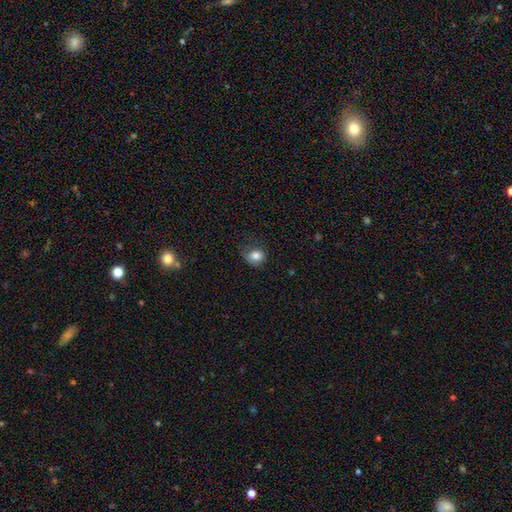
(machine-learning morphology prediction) smooth_or_featured: smooth (p=0.80) [alt: star or artifact p=0.10]
how_rounded: round (p=0.65) [alt: in between p=0.34]
merging: none (p=0.56) [alt: minor disturbance p=0.30]